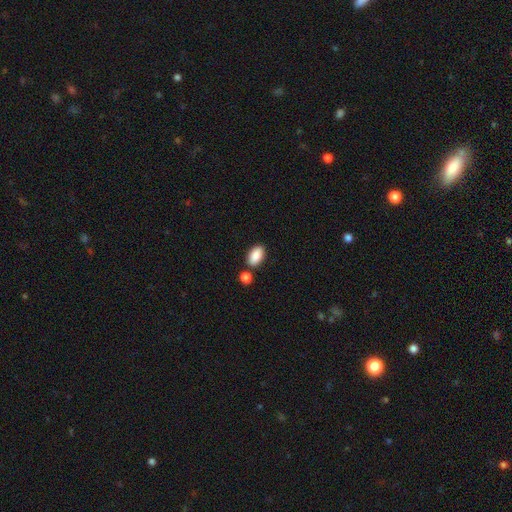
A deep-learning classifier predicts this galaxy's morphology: The model was most divided on "merging": none: 74%, merger: 12%, minor disturbance: 11%, major disturbance: 3%. More confident: how rounded — in between (93%); smooth or featured — smooth (88%).